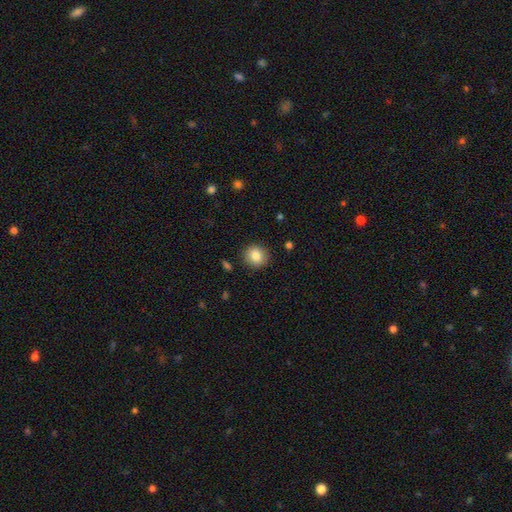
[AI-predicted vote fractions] smooth_or_featured: smooth (p=0.84) [alt: star or artifact p=0.09]
how_rounded: round (p=0.85) [alt: in between p=0.14]
merging: none (p=0.89) [alt: minor disturbance p=0.07]